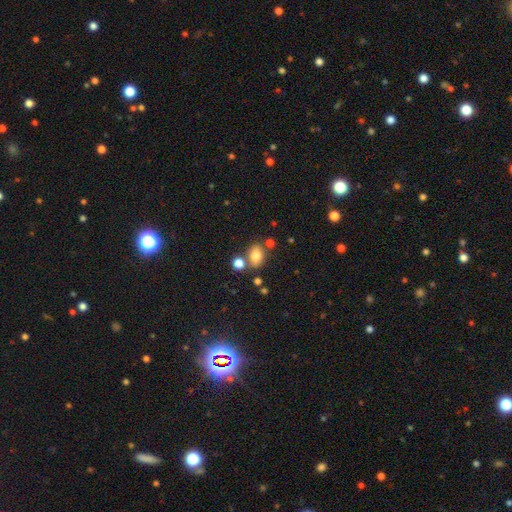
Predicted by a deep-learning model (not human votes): smooth_or_featured: smooth (p=0.79) [alt: star or artifact p=0.12]
how_rounded: in between (p=0.67) [alt: round p=0.31]
merging: none (p=0.64) [alt: merger p=0.17]